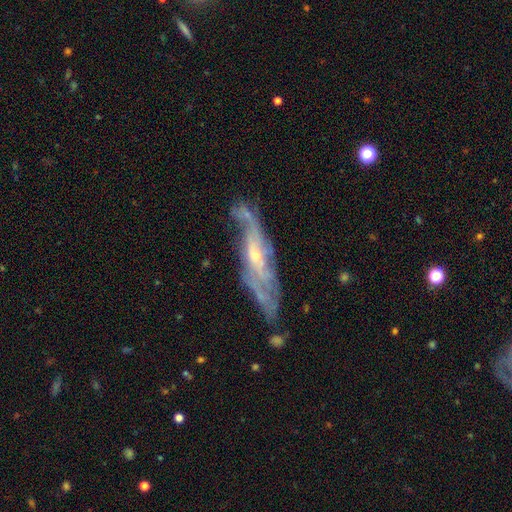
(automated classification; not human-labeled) Overall: featured or disk (81%). Edge-on disk: no (64%; yes 36%). Bar: no (54%; weak 34%). Spiral arms: yes (87%). Bulge size: small (63%; moderate 32%). Merging: none (59%; minor disturbance 24%).